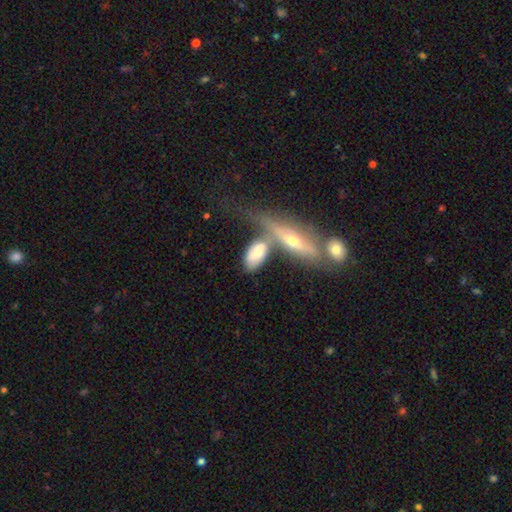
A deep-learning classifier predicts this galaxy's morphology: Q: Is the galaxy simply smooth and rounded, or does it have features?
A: smooth — 52%.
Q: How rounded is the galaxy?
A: in between — 72%.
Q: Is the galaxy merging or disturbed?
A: merger — 42%.